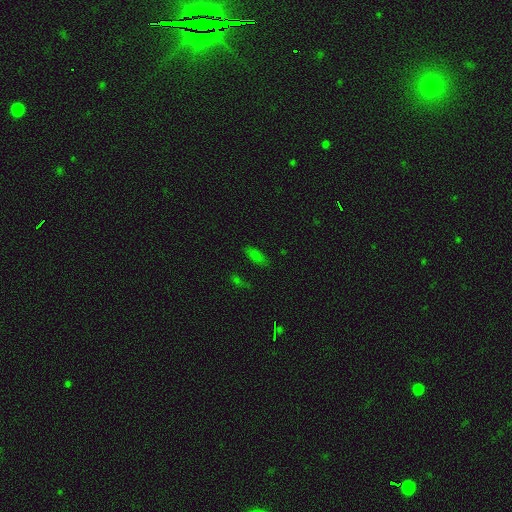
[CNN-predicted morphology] smooth-or-featured: smooth: 72% | star or artifact: 18% | featured or disk: 10%
  how-rounded: in between: 74% | cigar-shaped: 22% | round: 4%
  merging: none: 78% | minor disturbance: 13% | major disturbance: 4% | merger: 4%